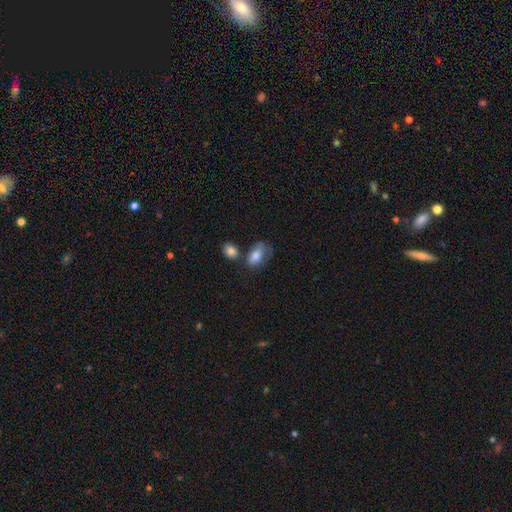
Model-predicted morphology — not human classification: This is likely a smooth galaxy (80%). How rounded: clearly in between (88%). Merging: marginally none (36%).